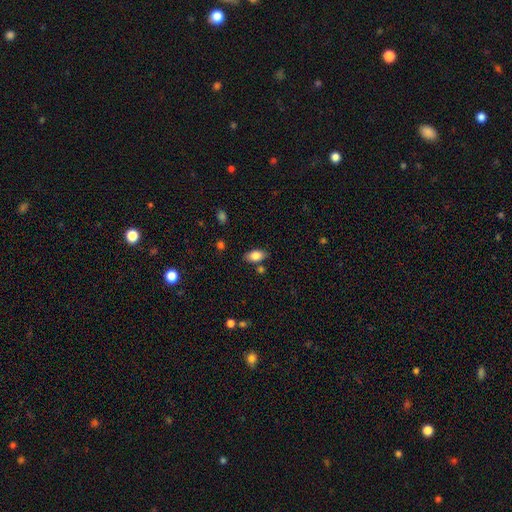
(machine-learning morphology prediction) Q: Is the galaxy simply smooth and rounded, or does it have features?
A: smooth — 82%.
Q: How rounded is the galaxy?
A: in between — 90%.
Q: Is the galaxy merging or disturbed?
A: none — 79%.